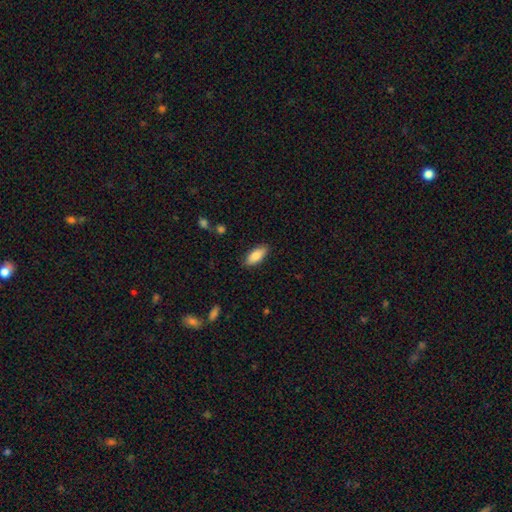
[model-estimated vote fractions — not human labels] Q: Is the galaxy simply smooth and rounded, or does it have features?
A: smooth — 83%.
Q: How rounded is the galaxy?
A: in between — 84%.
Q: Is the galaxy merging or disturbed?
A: none — 87%.